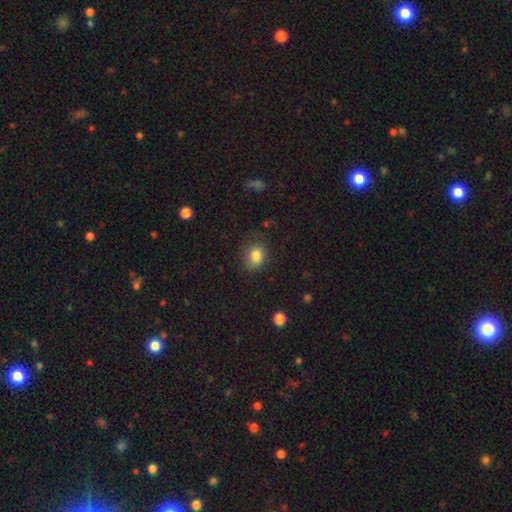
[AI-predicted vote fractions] Smooth or featured? Predicted: smooth (p=0.83). How rounded? Predicted: round (p=0.54). Merging? Predicted: none (p=0.71).